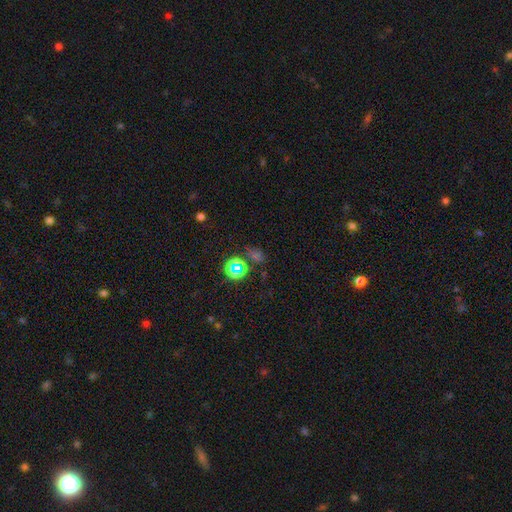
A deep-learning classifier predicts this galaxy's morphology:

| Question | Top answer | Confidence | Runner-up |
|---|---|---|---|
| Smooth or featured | star or artifact | 59% | smooth (31%) |